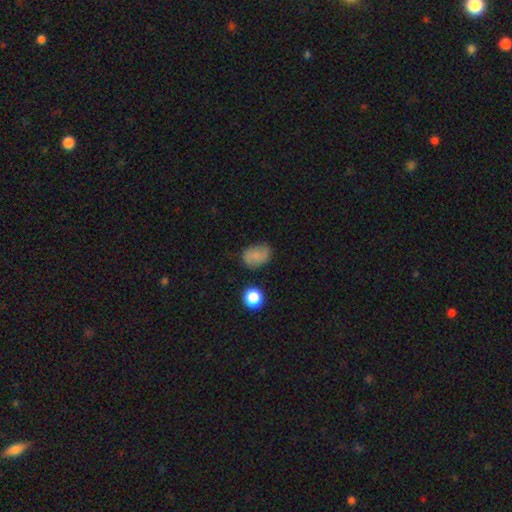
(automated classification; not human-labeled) A smooth galaxy with no disk features (74%) that is in between round and cigar-shaped (73%).

Vote fractions:
- Smooth or featured? smooth: 74% / featured or disk: 14% / star or artifact: 12%
- How rounded? in between: 73% / round: 25% / cigar-shaped: 1%
- Merging? none: 70% / minor disturbance: 22% / major disturbance: 6% / merger: 3%